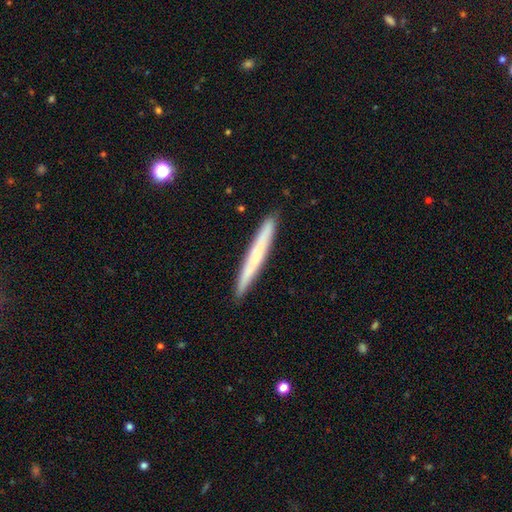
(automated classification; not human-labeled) Morphology: type=smooth (58%); roundness=cigar-shaped (97%); merging=none (91%).